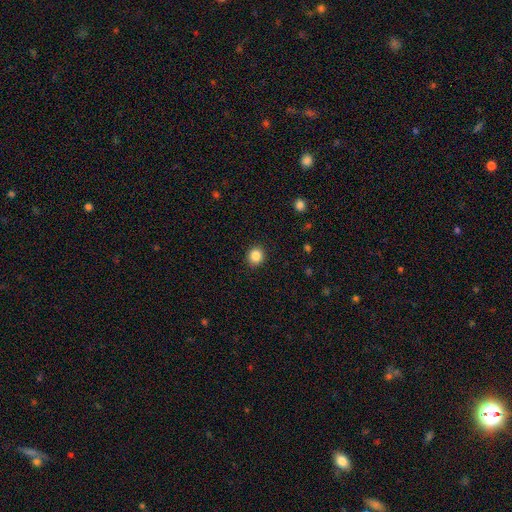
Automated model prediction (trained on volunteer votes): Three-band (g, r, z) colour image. It shows a smooth galaxy with no disk features (86%) that is round (85%). Merging: none (91%).